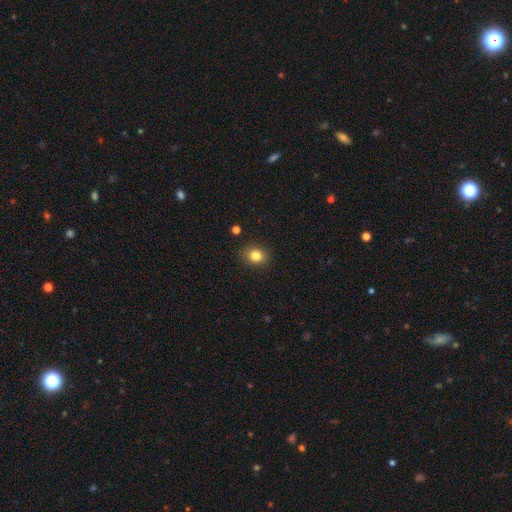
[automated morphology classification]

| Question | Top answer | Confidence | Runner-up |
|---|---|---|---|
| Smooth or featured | smooth | 83% | star or artifact (11%) |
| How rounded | round | 65% | in between (35%) |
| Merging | none | 88% | minor disturbance (8%) |